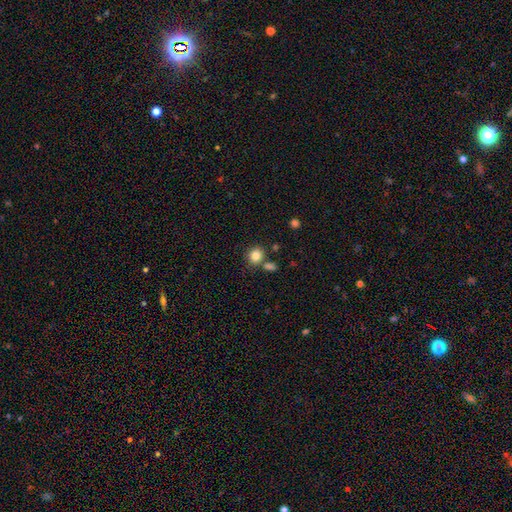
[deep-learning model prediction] Morphology: type=smooth (84%); roundness=round (79%); merging=none (72%).